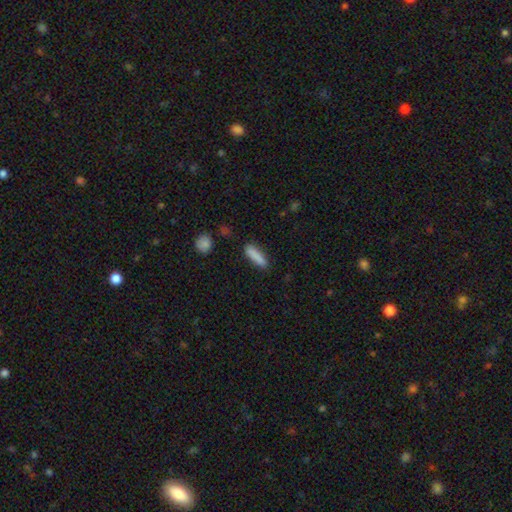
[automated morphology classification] A smooth galaxy with no disk features (87%) that is cigar-shaped (69%). Merging: none (85%).